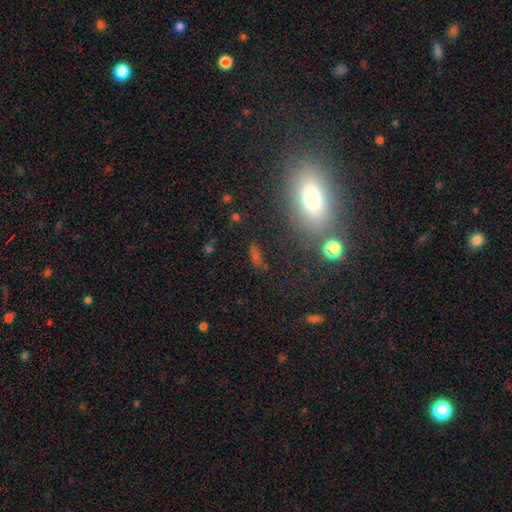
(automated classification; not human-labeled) smooth 54%, star or artifact 28%, featured or disk 18%. Down the decision tree: how rounded — in between (58%); merging — none (74%).